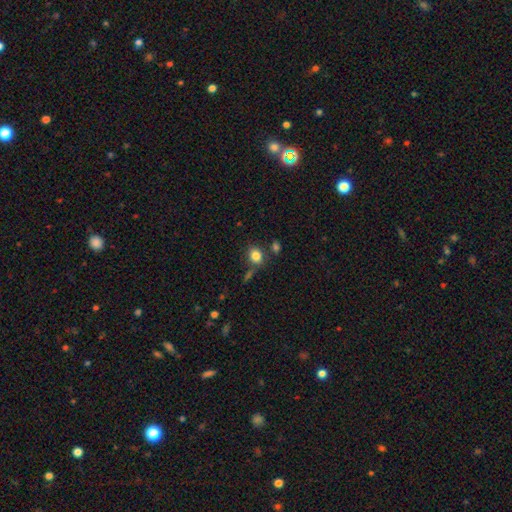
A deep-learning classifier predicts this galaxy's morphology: This appears to be a smooth galaxy with no disk features (83%) that is round (54%). Merging: none (71%).